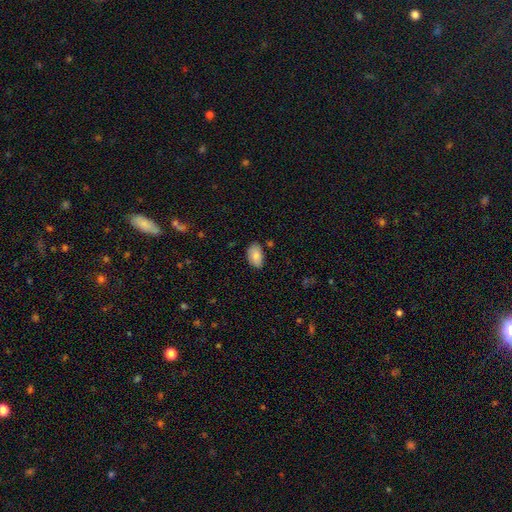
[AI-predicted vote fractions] A smooth galaxy with no disk features (84%) that is in between round and cigar-shaped (93%).

Vote fractions:
- Smooth or featured? smooth: 84% / featured or disk: 9% / star or artifact: 7%
- How rounded? in between: 93% / round: 5% / cigar-shaped: 1%
- Merging? none: 79% / minor disturbance: 16% / major disturbance: 3% / merger: 3%